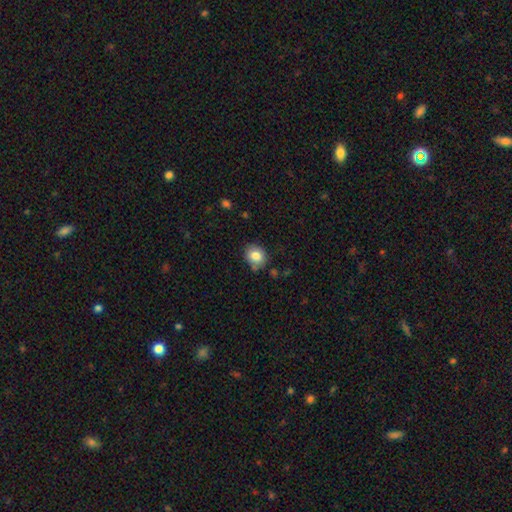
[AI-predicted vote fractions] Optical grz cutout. It shows a smooth galaxy with no disk features (83%) that is round (64%). Merging: none (77%).